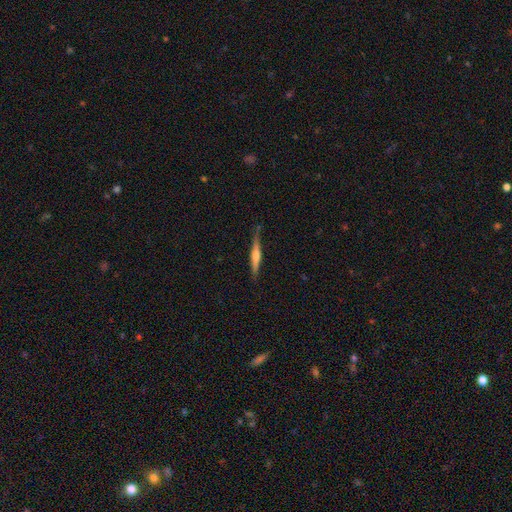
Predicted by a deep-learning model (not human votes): featured or disk 64%, smooth 30%, star or artifact 6%. Down the decision tree: edge-on disk — yes (97%); edge-on bulge — rounded (74%); merging — none (80%).